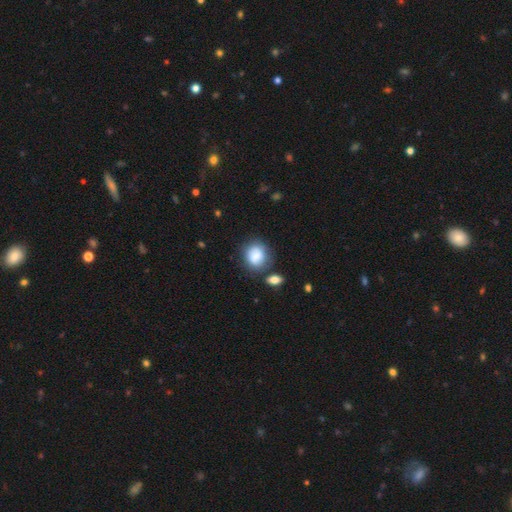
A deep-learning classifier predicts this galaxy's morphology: type=smooth (84%); roundness=round (66%); merging=none (66%).